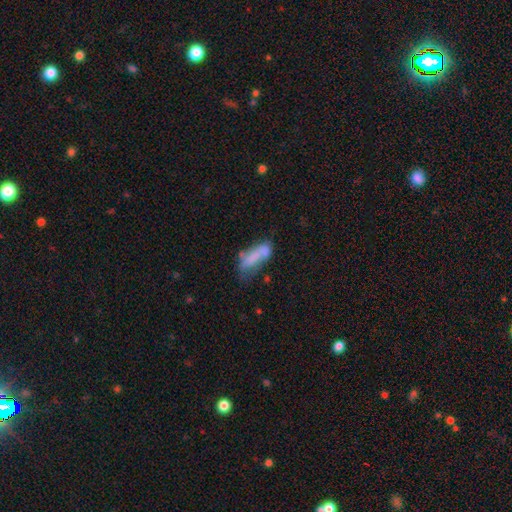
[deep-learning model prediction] This is likely a smooth galaxy (64%). How rounded: possibly in between (59%). Merging: marginally none (34%).